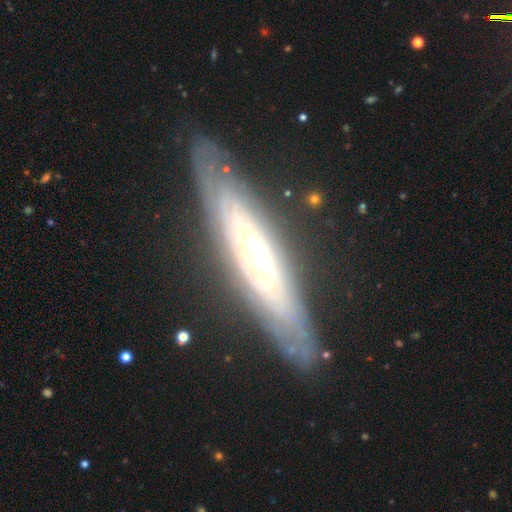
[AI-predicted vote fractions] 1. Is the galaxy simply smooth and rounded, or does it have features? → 79% featured or disk, 15% smooth, 6% star or artifact.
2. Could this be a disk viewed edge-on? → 52% yes, 48% no.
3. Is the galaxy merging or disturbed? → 79% none, 14% minor disturbance, 5% major disturbance, 2% merger.